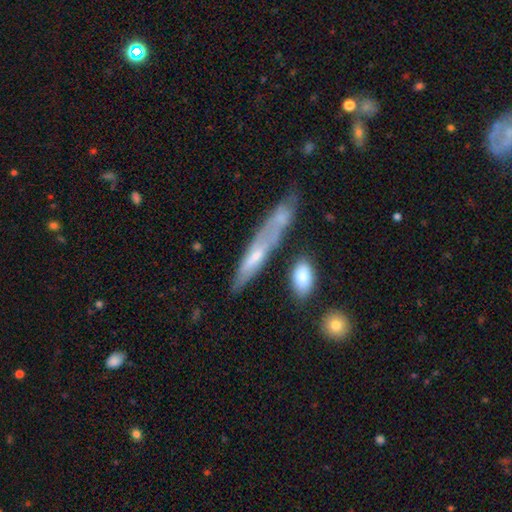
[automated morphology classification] The model was most divided on "smooth or featured": featured or disk: 53%, smooth: 36%, star or artifact: 10%. More confident: edge-on disk — yes (78%); merging — none (63%).